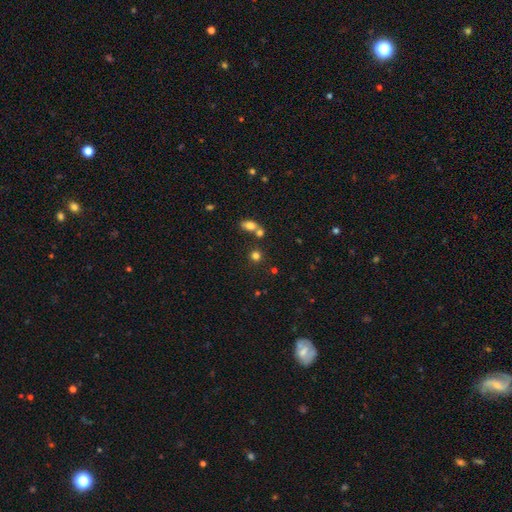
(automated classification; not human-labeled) Q: Smooth or featured?
A: smooth (76%); runner-up: star or artifact (16%)
Q: How rounded?
A: round (86%); runner-up: in between (13%)
Q: Merging?
A: none (66%); runner-up: merger (23%)